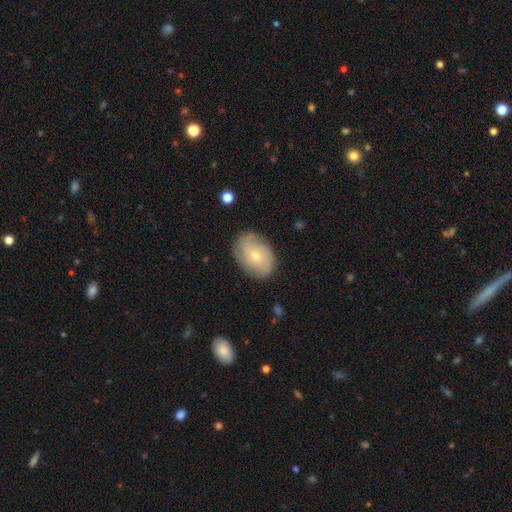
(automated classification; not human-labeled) This is possibly a featured or disk galaxy (51%). It is clearly not viewed edge-on (95%). Merging: likely none (78%).